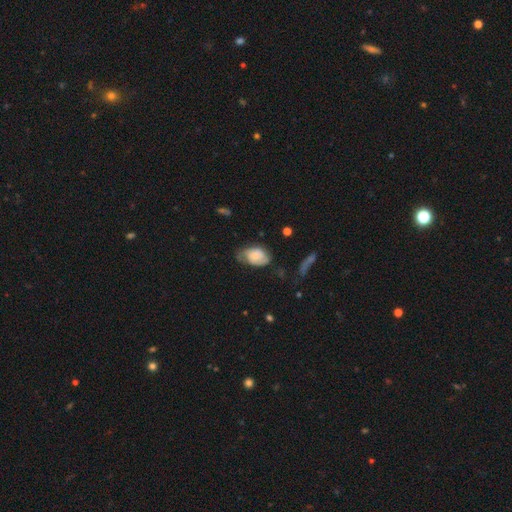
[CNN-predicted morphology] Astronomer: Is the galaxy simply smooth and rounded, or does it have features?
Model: smooth — 61%.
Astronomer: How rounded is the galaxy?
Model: in between — 85%.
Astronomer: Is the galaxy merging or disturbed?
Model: none — 44% (runner-up: minor disturbance, 37%).